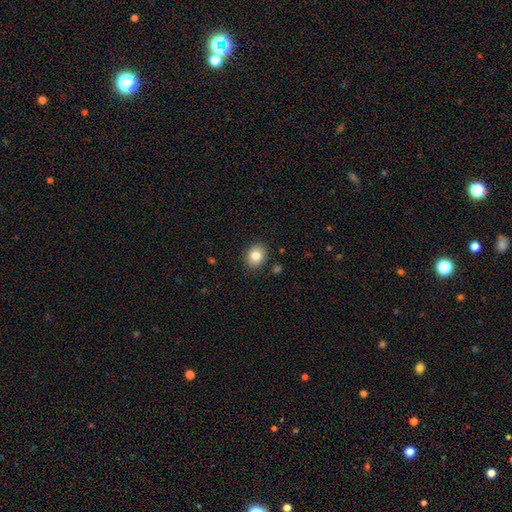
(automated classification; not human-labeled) smooth-or-featured: smooth: 82% | star or artifact: 9% | featured or disk: 9%
  how-rounded: round: 55% | in between: 44% | cigar-shaped: 1%
  merging: none: 88% | minor disturbance: 8% | major disturbance: 2% | merger: 2%